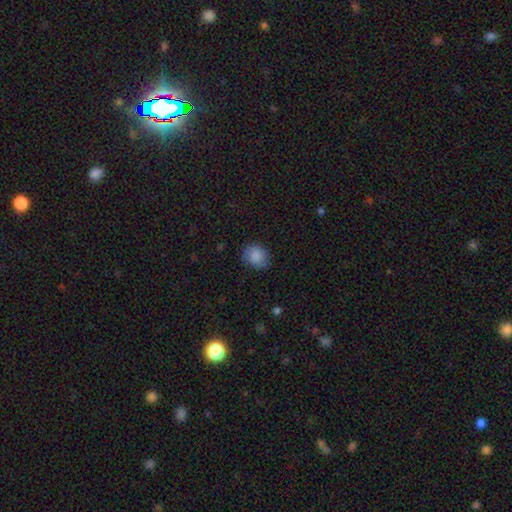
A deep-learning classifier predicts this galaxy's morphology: type=smooth (85%); roundness=round (67%); merging=none (78%).